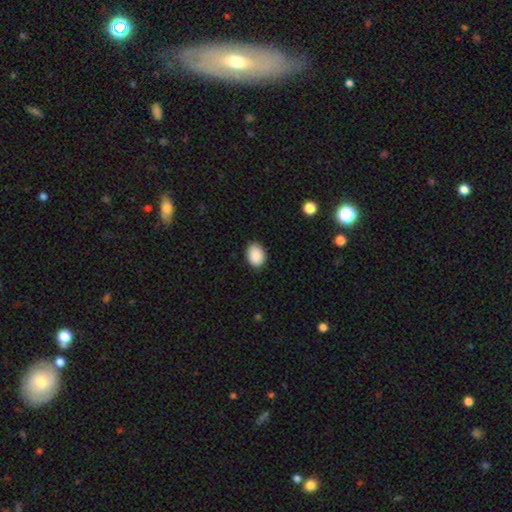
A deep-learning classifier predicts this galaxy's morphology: The model was most divided on "how rounded": in between: 79%, round: 20%, cigar-shaped: 1%. More confident: smooth or featured — smooth (90%); merging — none (86%).